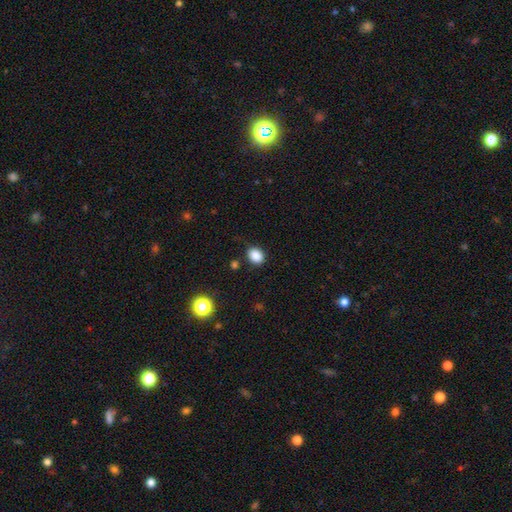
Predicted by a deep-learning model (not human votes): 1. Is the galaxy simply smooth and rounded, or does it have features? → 87% smooth, 10% star or artifact, 3% featured or disk.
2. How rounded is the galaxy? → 60% in between, 39% round, 1% cigar-shaped.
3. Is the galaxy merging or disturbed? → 83% none, 12% minor disturbance, 3% major disturbance, 2% merger.